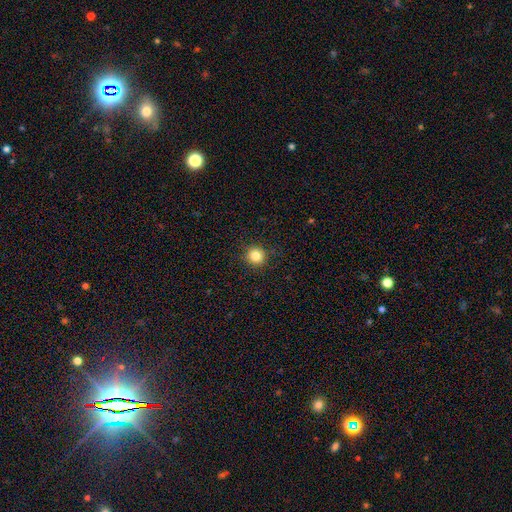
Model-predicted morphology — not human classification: smooth-or-featured: smooth: 83% | star or artifact: 12% | featured or disk: 5%
  how-rounded: round: 93% | in between: 6% | cigar-shaped: 1%
  merging: none: 90% | minor disturbance: 7% | major disturbance: 2% | merger: 1%